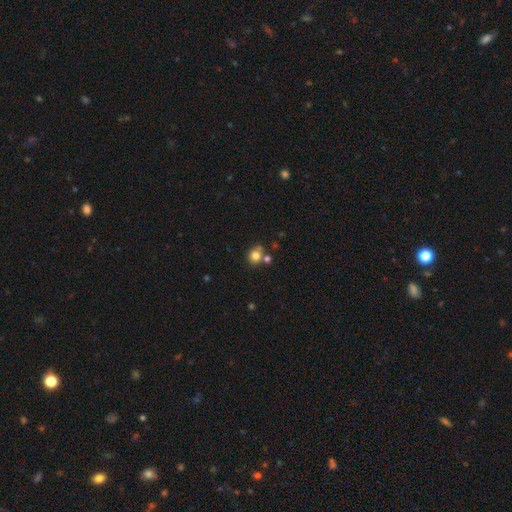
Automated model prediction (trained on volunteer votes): Smooth or featured? Predicted: smooth (p=0.79). How rounded? Predicted: round (p=0.76). Merging? Predicted: none (p=0.62).